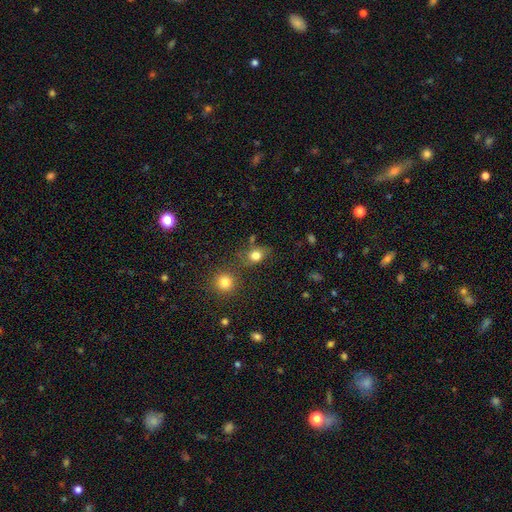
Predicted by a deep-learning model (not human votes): A smooth galaxy with no disk features (78%) that is in between round and cigar-shaped (50%). Merging: none (65%).